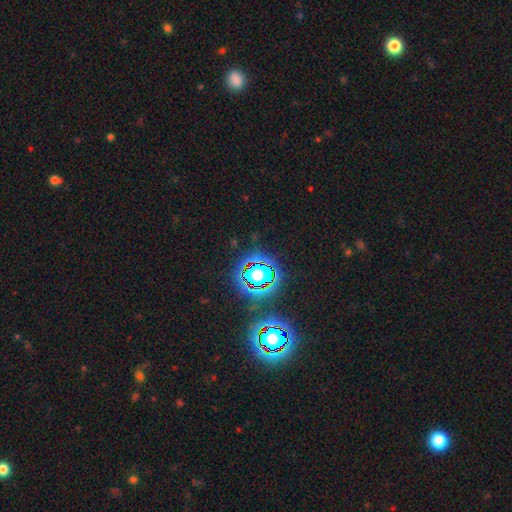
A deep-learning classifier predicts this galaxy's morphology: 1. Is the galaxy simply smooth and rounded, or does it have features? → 79% star or artifact, 12% smooth, 8% featured or disk.